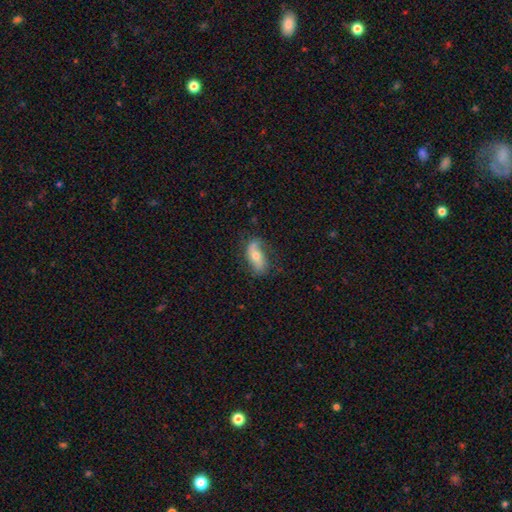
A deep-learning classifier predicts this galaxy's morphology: smooth_or_featured: smooth (p=0.51) [alt: featured or disk p=0.41]
how_rounded: in between (p=0.83) [alt: cigar-shaped p=0.13]
merging: none (p=0.65) [alt: minor disturbance p=0.24]